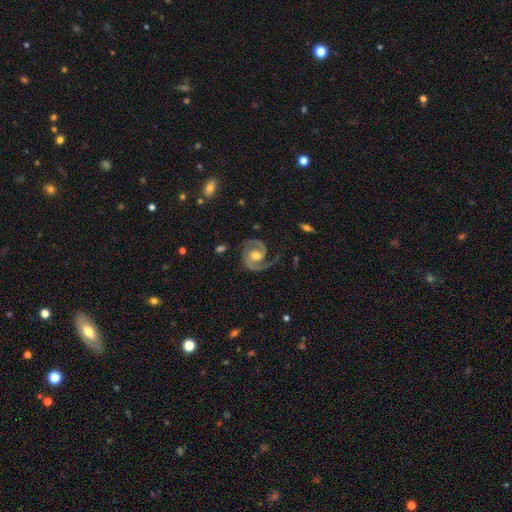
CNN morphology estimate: Smooth or featured?
  - featured or disk: 93% *
  - star or artifact: 4%
  - smooth: 4%
Edge-on disk?
  - no: 98% *
  - yes: 2%
Bar?
  - no: 51% *
  - weak: 36%
  - strong: 12%
Spiral arms?
  - yes: 98% *
  - no: 2%
Spiral winding?
  - medium: 54% *
  - tight: 37%
  - loose: 9%
Spiral arm count?
  - 2: 92% *
  - 1: 3%
  - can't tell: 2%
  - 3: 1%
  - 4: 1%
  - more than 4: 1%
Bulge size?
  - moderate: 72% *
  - small: 18%
  - large: 7%
  - none: 2%
  - dominant: 1%
Merging?
  - none: 77% *
  - minor disturbance: 15%
  - major disturbance: 6%
  - merger: 2%